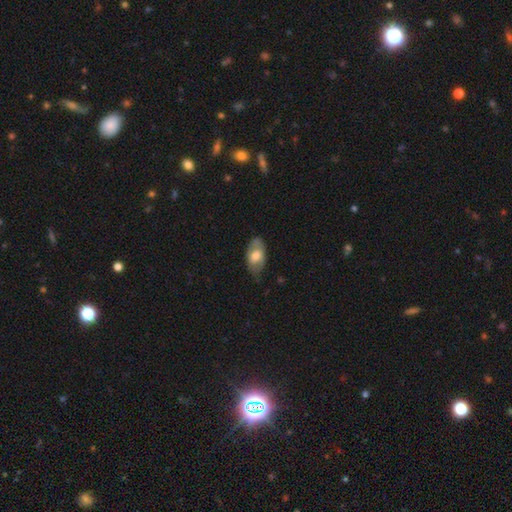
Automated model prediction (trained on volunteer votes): A smooth galaxy with no disk features (60%) that is in between round and cigar-shaped (92%).

Vote fractions:
- Smooth or featured? smooth: 60% / featured or disk: 34% / star or artifact: 6%
- How rounded? in between: 92% / round: 5% / cigar-shaped: 3%
- Merging? none: 60% / minor disturbance: 30% / major disturbance: 8% / merger: 1%